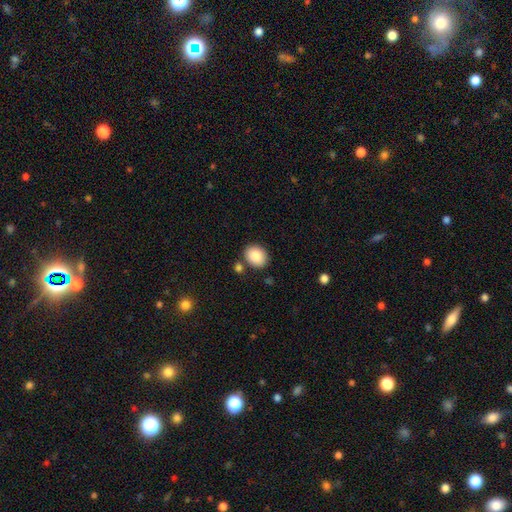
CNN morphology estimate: Smooth or featured? Predicted: smooth (p=0.84). How rounded? Predicted: round (p=0.53). Merging? Predicted: none (p=0.80).